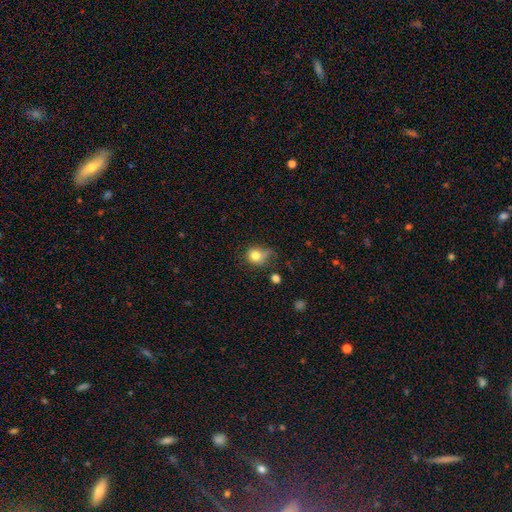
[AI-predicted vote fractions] Morphology: type=smooth (78%); roundness=round (70%); merging=none (45%).